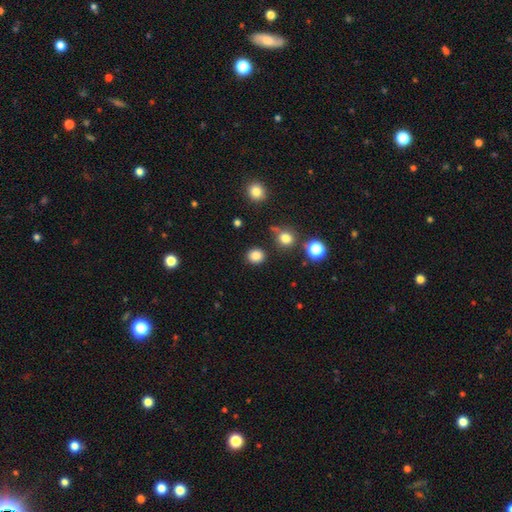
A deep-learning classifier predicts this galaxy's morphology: This is clearly a smooth galaxy (84%). How rounded: likely round (78%). Merging: clearly none (86%).